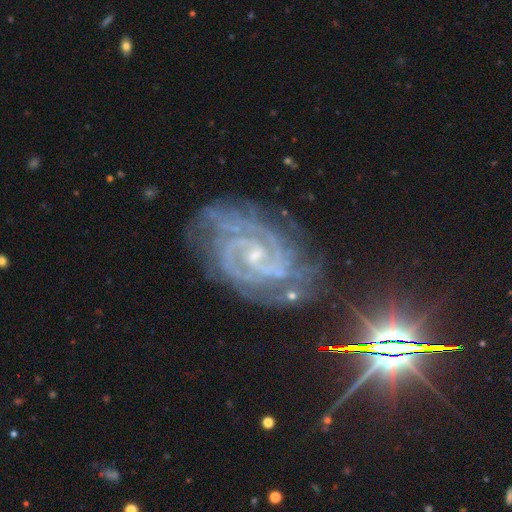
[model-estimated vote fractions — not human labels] A featured or disk galaxy (90%) with a weak bar (43%), 2 (66%) tight (69%) spiral arms (99%) and a small central bulge (77%). Merging: none (69%).